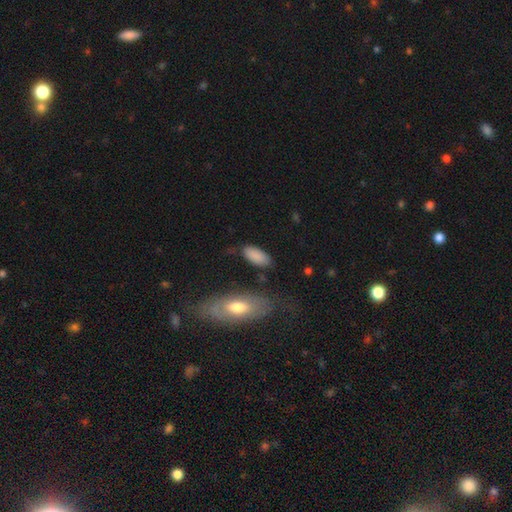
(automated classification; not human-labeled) smooth-or-featured: smooth: 87% | featured or disk: 7% | star or artifact: 7%
  how-rounded: in between: 89% | cigar-shaped: 9% | round: 2%
  merging: none: 77% | minor disturbance: 15% | major disturbance: 4% | merger: 3%